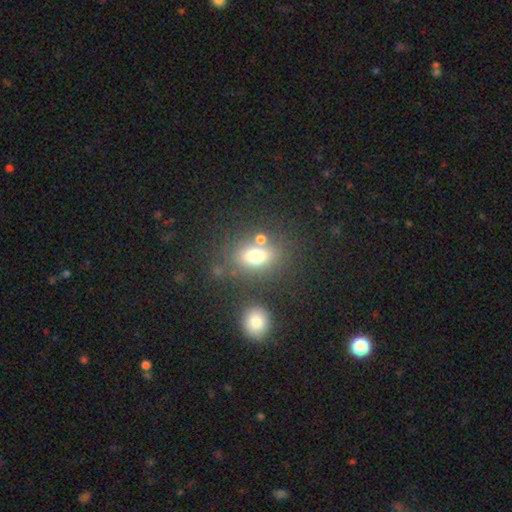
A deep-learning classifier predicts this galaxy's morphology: Smooth or featured? Predicted: smooth (p=0.71). How rounded? Predicted: in between (p=0.68). Merging? Predicted: none (p=0.63).